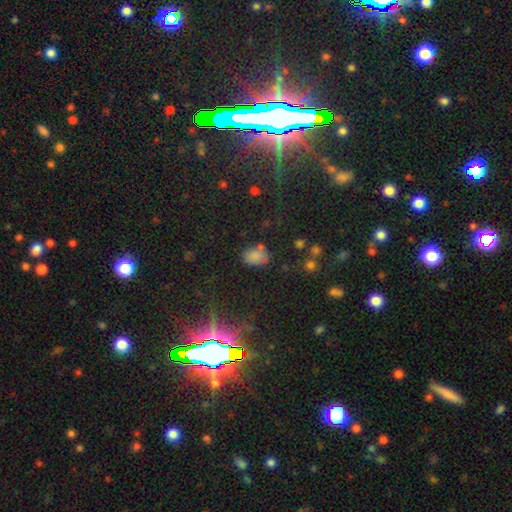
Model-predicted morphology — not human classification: This appears to be a smooth galaxy with no disk features (75%) that is in between round and cigar-shaped (75%). Merging: none (65%).